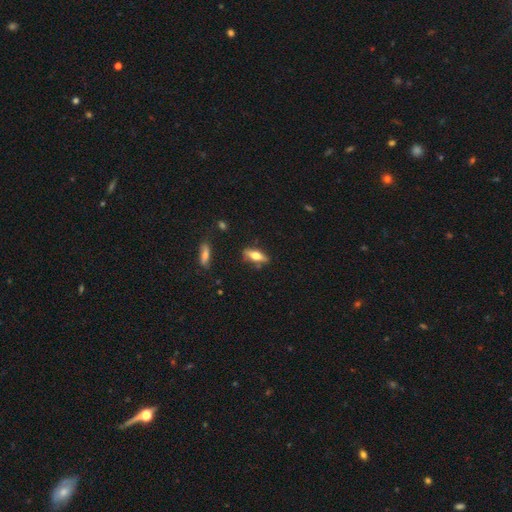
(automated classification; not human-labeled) The model was most divided on "smooth or featured": smooth: 52%, featured or disk: 41%, star or artifact: 7%. More confident: merging — none (79%); how rounded — in between (55%).